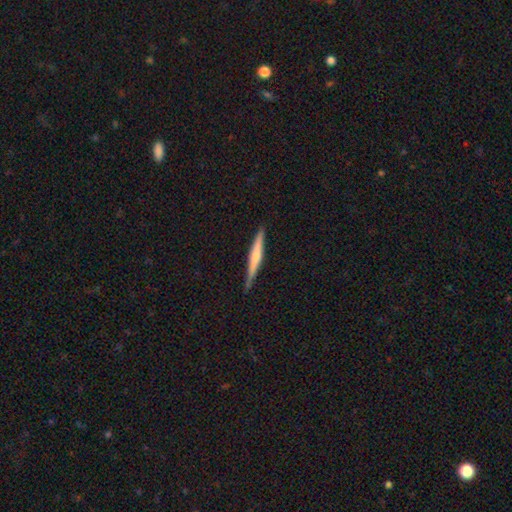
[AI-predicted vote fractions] Smooth or featured? Predicted: featured or disk (p=0.55). Edge-on disk? Predicted: yes (p=0.98). Edge-on bulge? Predicted: rounded (p=0.52). Merging? Predicted: none (p=0.87).